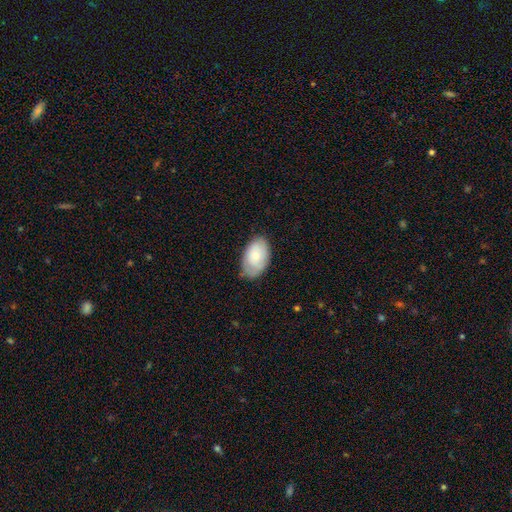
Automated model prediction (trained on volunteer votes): smooth_or_featured: smooth (p=0.74) [alt: featured or disk p=0.20]
how_rounded: in between (p=0.92) [alt: round p=0.06]
merging: none (p=0.72) [alt: minor disturbance p=0.23]